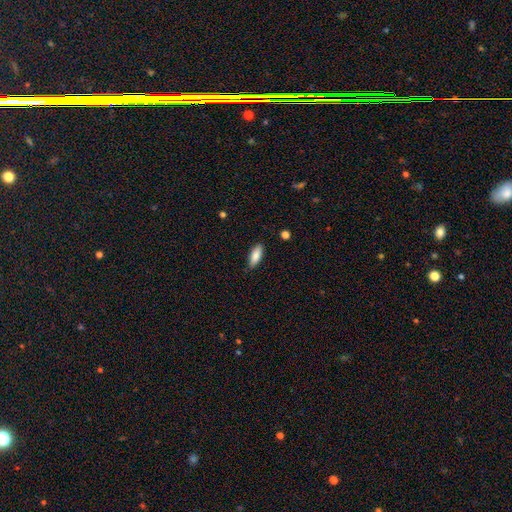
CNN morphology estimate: Overall: smooth (84%). How rounded: in between (76%). Merging: none (84%).